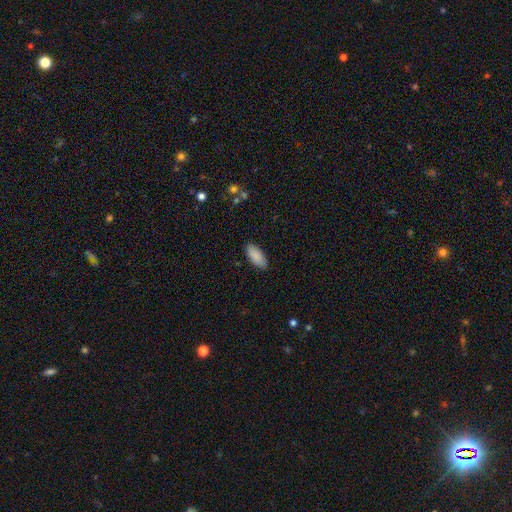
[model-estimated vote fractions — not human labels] smooth_or_featured: smooth (p=0.89) [alt: star or artifact p=0.06]
how_rounded: in between (p=0.84) [alt: cigar-shaped p=0.14]
merging: none (p=0.87) [alt: minor disturbance p=0.10]